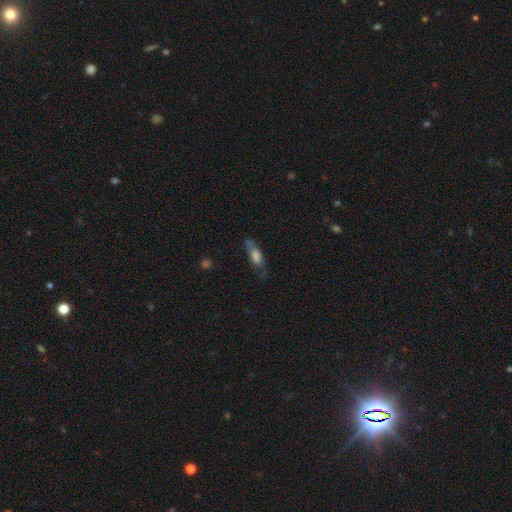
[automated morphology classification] smooth 59%, featured or disk 30%, star or artifact 11%. Down the decision tree: how rounded — in between (64%); merging — none (53%).